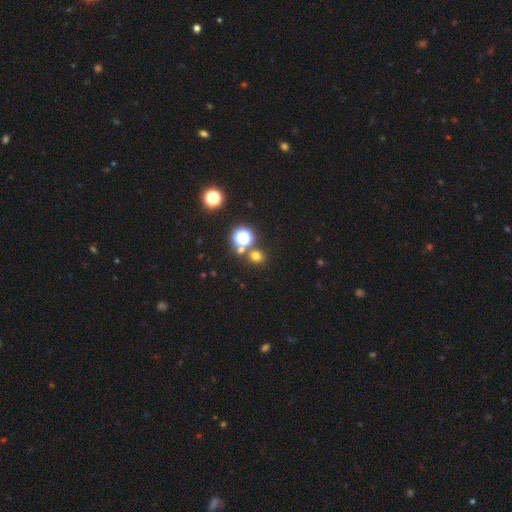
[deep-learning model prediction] A smooth galaxy with no disk features (67%) that is round (87%). Merging: none (77%).